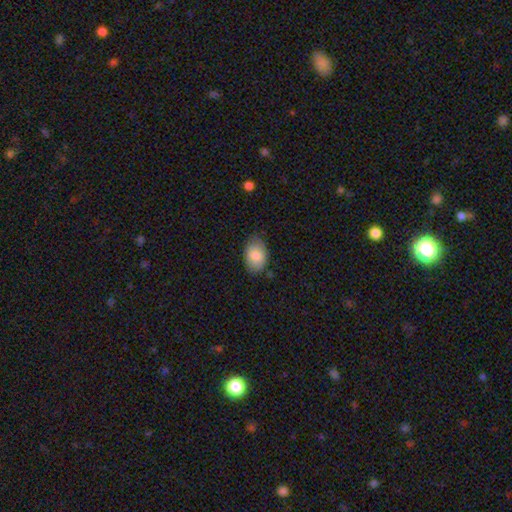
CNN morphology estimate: smooth-or-featured: smooth: 83% | featured or disk: 10% | star or artifact: 7%
  how-rounded: in between: 85% | round: 14% | cigar-shaped: 1%
  merging: none: 76% | minor disturbance: 19% | major disturbance: 3% | merger: 1%